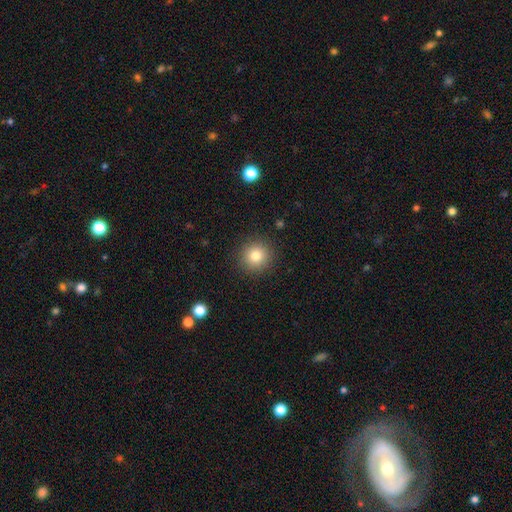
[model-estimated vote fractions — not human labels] Overall: smooth (81%). How rounded: round (93%). Merging: none (90%).